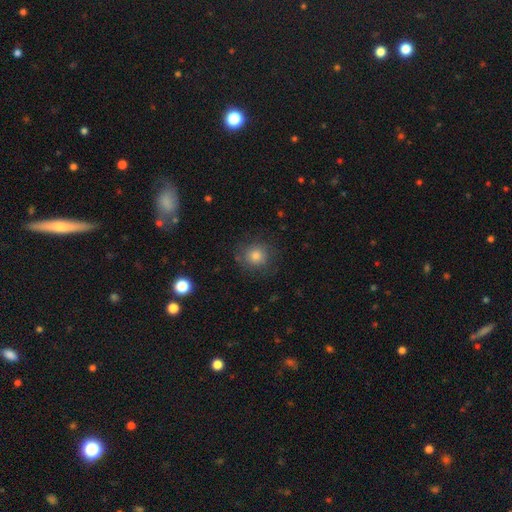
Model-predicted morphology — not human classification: The model was most divided on "smooth or featured": smooth: 77%, star or artifact: 12%, featured or disk: 10%. More confident: how rounded — round (90%); merging — none (81%).